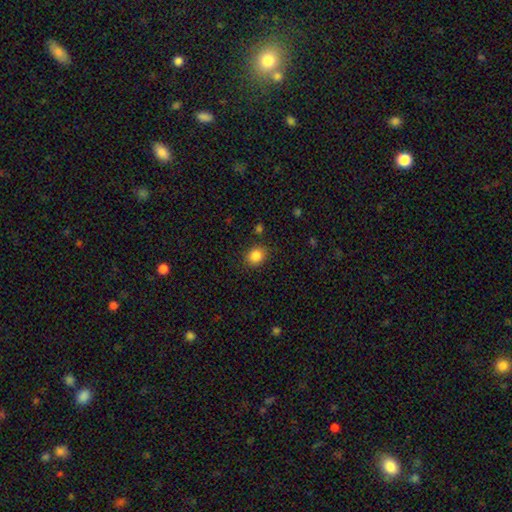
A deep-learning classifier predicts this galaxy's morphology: This appears to be a smooth galaxy with no disk features (86%) that is round (65%). Merging: none (84%).